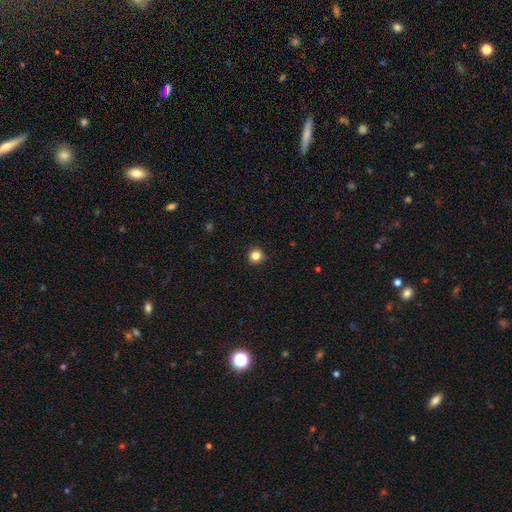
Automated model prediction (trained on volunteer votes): Overall: smooth (83%). How rounded: round (94%). Merging: none (92%).